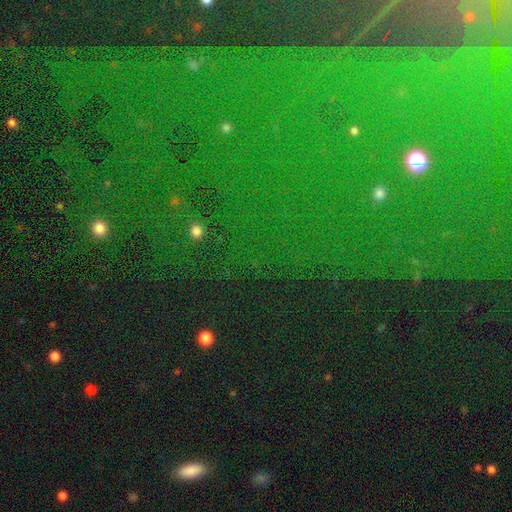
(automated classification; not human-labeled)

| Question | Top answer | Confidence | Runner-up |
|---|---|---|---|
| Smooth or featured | star or artifact | 80% | smooth (10%) |